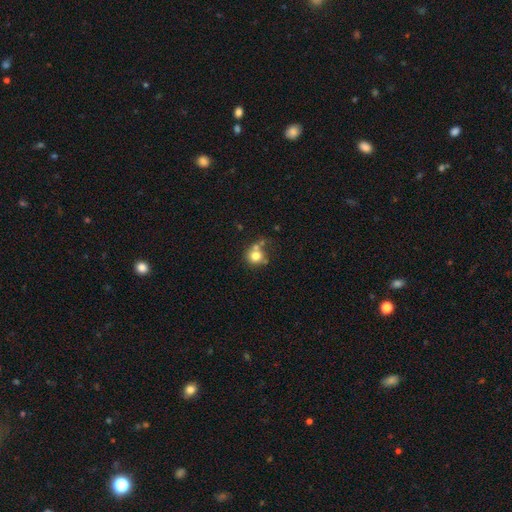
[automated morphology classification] The model was most divided on "merging": none: 48%, merger: 30%, minor disturbance: 15%, major disturbance: 7%. More confident: how rounded — round (83%); smooth or featured — smooth (75%).